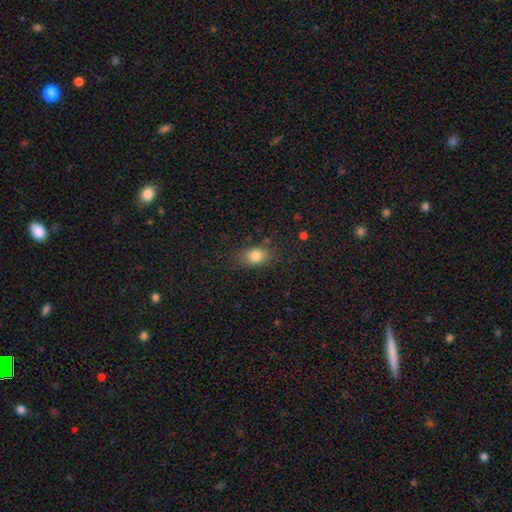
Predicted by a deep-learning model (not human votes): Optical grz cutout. It shows a smooth galaxy with no disk features (82%) that is in between round and cigar-shaped (69%). Merging: none (77%).